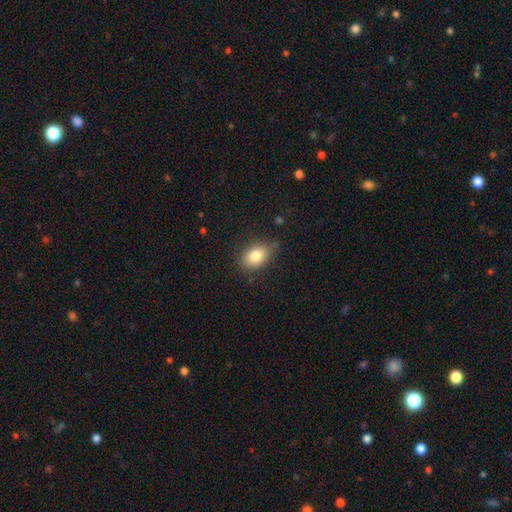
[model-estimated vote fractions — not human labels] Overall: smooth (81%). How rounded: in between (83%). Merging: none (74%).